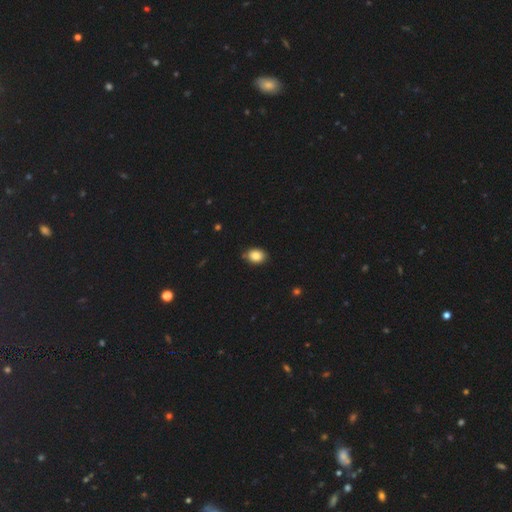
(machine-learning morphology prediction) This appears to be a smooth galaxy with no disk features (85%) that is in between round and cigar-shaped (63%). Merging: none (81%).